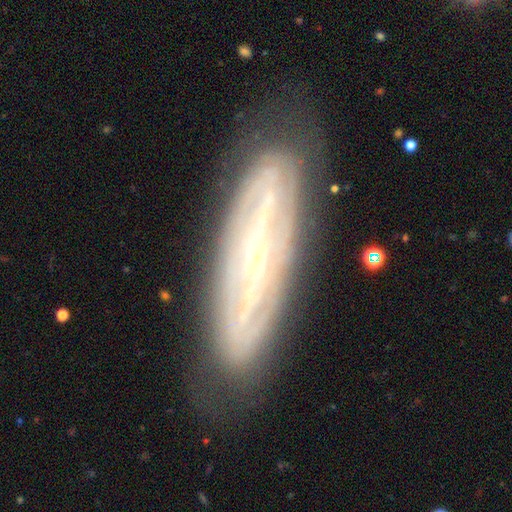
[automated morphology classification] Smooth or featured?
  - featured or disk: 81% *
  - smooth: 12%
  - star or artifact: 6%
Edge-on disk?
  - no: 76% *
  - yes: 24%
Bar?
  - strong: 37% *
  - no: 33%
  - weak: 30%
Spiral arms?
  - yes: 83% *
  - no: 17%
Spiral winding?
  - tight: 66% *
  - medium: 25%
  - loose: 9%
Spiral arm count?
  - can't tell: 46% *
  - 2: 33%
  - 3: 7%
  - 4: 5%
  - more than 4: 4%
  - 1: 4%
Bulge size?
  - small: 79% *
  - moderate: 15%
  - none: 3%
  - large: 1%
  - dominant: 1%
Merging?
  - none: 81% *
  - minor disturbance: 14%
  - major disturbance: 4%
  - merger: 1%